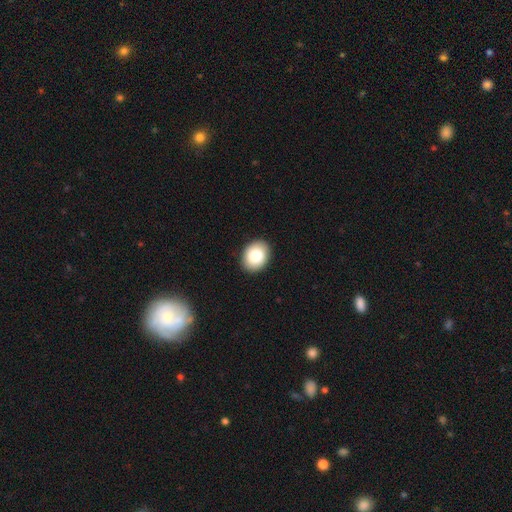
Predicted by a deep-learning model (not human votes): This appears to be a smooth galaxy with no disk features (87%) that is in between round and cigar-shaped (61%). Merging: none (89%).